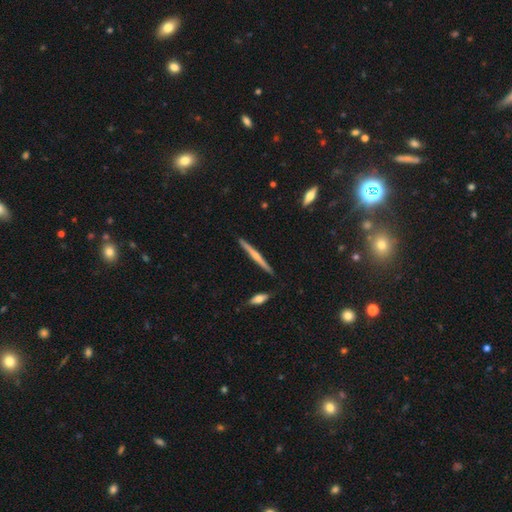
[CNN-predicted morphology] Q: Smooth or featured?
A: featured or disk (58%); runner-up: smooth (36%)
Q: Edge-on disk?
A: yes (98%); runner-up: no (2%)
Q: Edge-on bulge?
A: rounded (59%); runner-up: none (35%)
Q: Merging?
A: none (89%); runner-up: minor disturbance (8%)